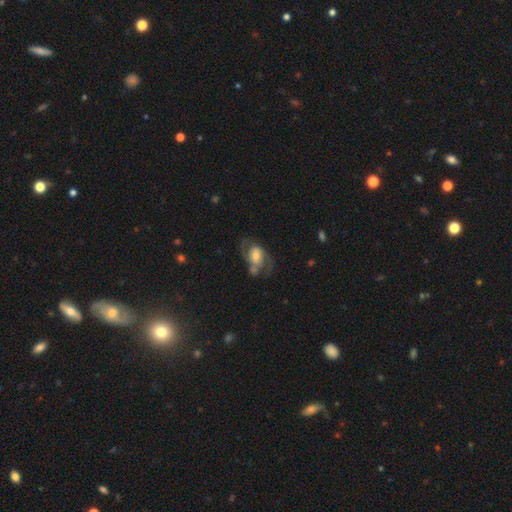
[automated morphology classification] A featured or disk galaxy (65%) with no bar (54%), 2 (81%) medium (49%) spiral arms (82%) and a moderate central bulge (48%). Merging: none (48%).